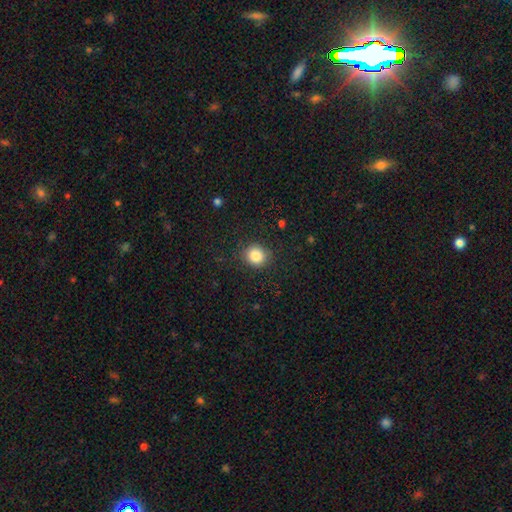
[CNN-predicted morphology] smooth_or_featured: smooth (p=0.85) [alt: star or artifact p=0.10]
how_rounded: round (p=0.84) [alt: in between p=0.15]
merging: none (p=0.86) [alt: minor disturbance p=0.09]